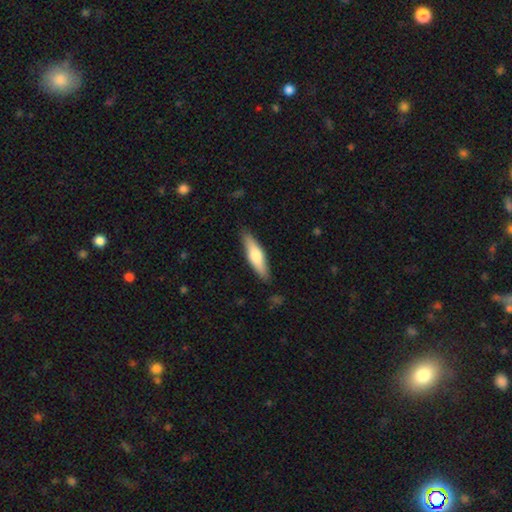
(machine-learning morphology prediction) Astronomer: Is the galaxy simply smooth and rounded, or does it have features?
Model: smooth — 62%.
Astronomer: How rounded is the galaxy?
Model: cigar-shaped — 65%.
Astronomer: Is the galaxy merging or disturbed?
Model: none — 87%.